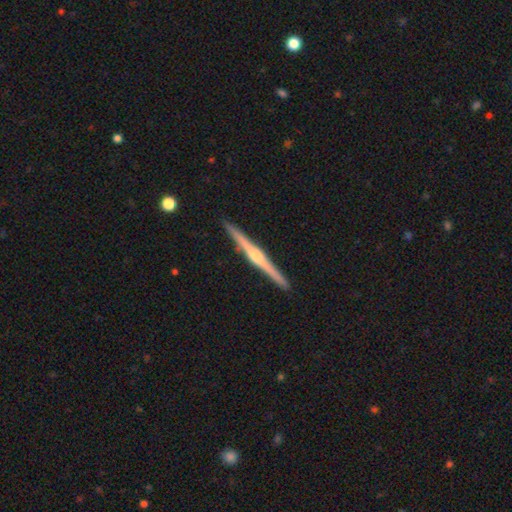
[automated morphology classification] Smooth or featured: featured or disk — 82% (smooth — 13%)
Edge-on disk: yes — 99% (no — 1%)
Edge-on bulge: rounded — 84% (none — 10%)
Merging: none — 93% (minor disturbance — 5%)